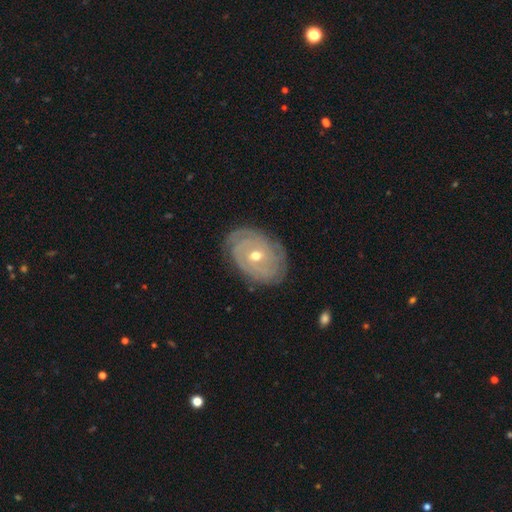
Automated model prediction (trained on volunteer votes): smooth-or-featured: featured or disk: 82% | smooth: 12% | star or artifact: 6%
  disk-edge-on: no: 96% | yes: 4%
    bar: no: 70% | weak: 24% | strong: 7%
    has-spiral-arms: yes: 90% | no: 10%
      spiral-winding: tight: 81% | medium: 15% | loose: 4%
      spiral-arm-count: can't tell: 40% | 2: 24% | 3: 16% | 4: 8% | 1: 6% | more than 4: 6%
    bulge-size: moderate: 60% | small: 37% | large: 2% | none: 1% | dominant: 1%
  merging: none: 80% | minor disturbance: 15% | major disturbance: 4% | merger: 1%